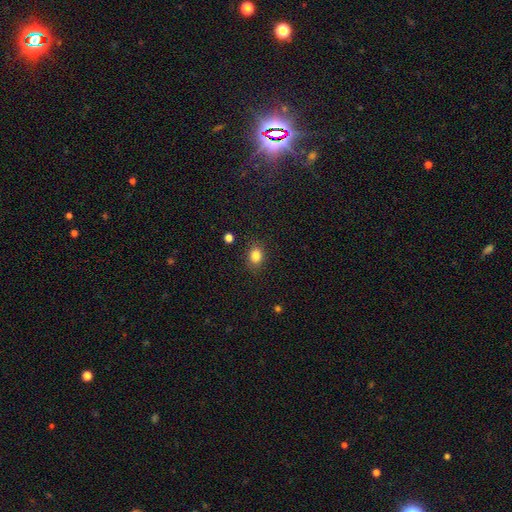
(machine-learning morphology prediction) type=smooth (84%); roundness=in between (58%); merging=none (85%).